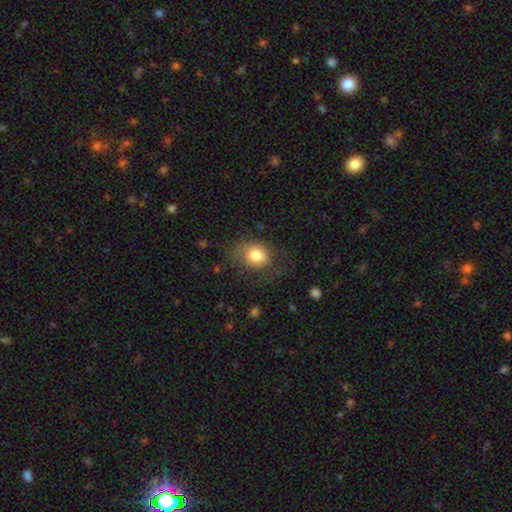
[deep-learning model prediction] A smooth galaxy with no disk features (79%) that is round (55%).

Vote fractions:
- Smooth or featured? smooth: 79% / featured or disk: 11% / star or artifact: 10%
- How rounded? round: 55% / in between: 44% / cigar-shaped: 1%
- Merging? none: 57% / minor disturbance: 24% / major disturbance: 17% / merger: 2%